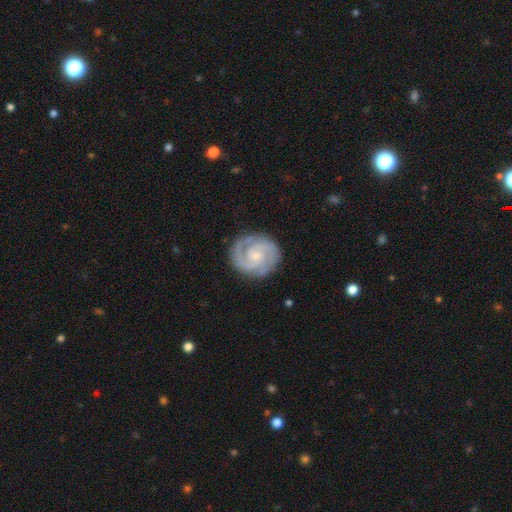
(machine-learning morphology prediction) featured or disk 90%, smooth 6%, star or artifact 4%. Down the decision tree: edge-on disk — no (98%); bar — no (63%); spiral arms — yes (98%); spiral arm count — 2 (77%); spiral winding — tight (63%); bulge size — small (71%); merging — none (84%).